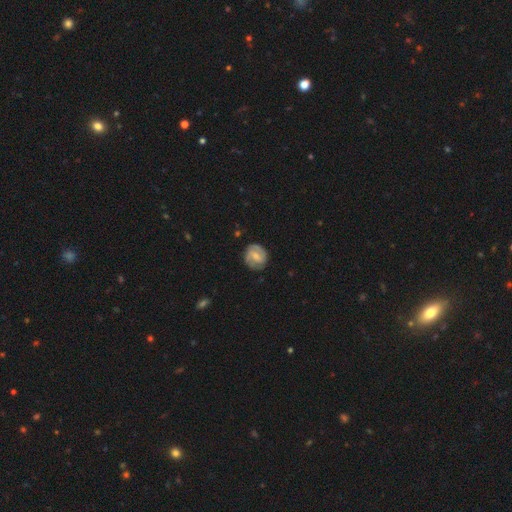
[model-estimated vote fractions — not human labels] This is likely a featured or disk galaxy (65%). It is clearly not viewed edge-on (98%). Bar: possibly weak (52%). Spiral arm pattern: clearly yes (89%). Spiral arm count: likely 2 (68%). Spiral winding: possibly tight (45%). Central bulge: possibly small (48%). Merging: likely none (78%).